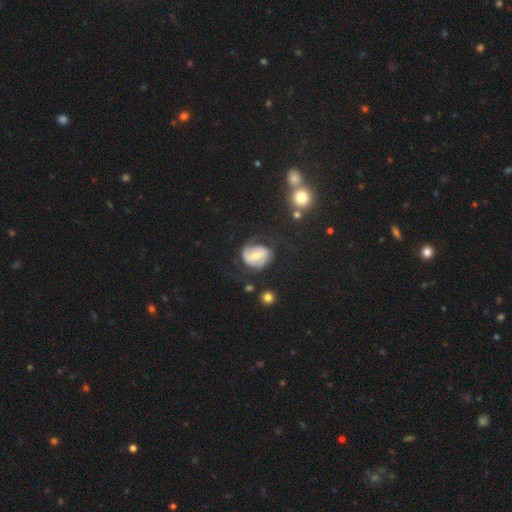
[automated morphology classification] Overall: featured or disk (58%; smooth 34%). Edge-on disk: no (96%). Bar: weak (42%; strong 30%). Spiral arms: yes (68%; no 32%). Bulge size: moderate (59%; small 32%). Merging: none (50%; minor disturbance 25%).